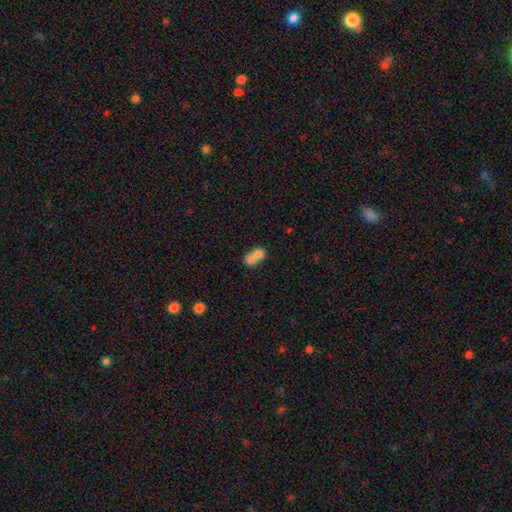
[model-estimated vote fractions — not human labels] smooth-or-featured: smooth: 71% | featured or disk: 19% | star or artifact: 10%
  how-rounded: in between: 50% | round: 48% | cigar-shaped: 2%
  merging: merger: 69% | none: 20% | minor disturbance: 7% | major disturbance: 4%